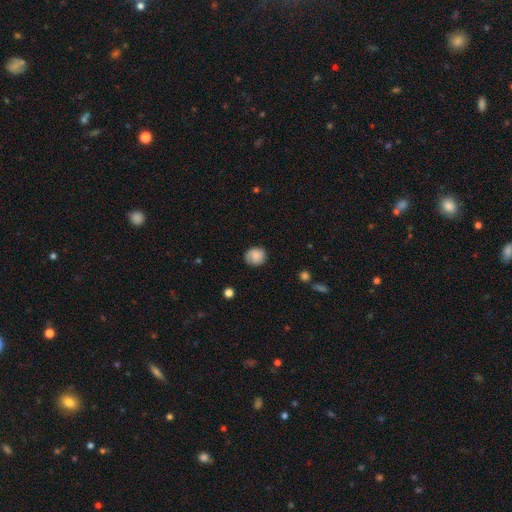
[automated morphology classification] type=smooth (69%); roundness=round (78%); merging=none (74%).